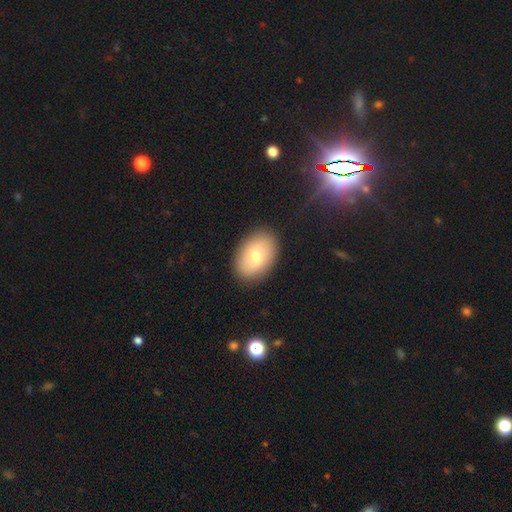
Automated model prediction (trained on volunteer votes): A smooth galaxy with no disk features (70%) that is in between round and cigar-shaped (86%).

Vote fractions:
- Smooth or featured? smooth: 70% / featured or disk: 23% / star or artifact: 7%
- How rounded? in between: 86% / round: 12% / cigar-shaped: 1%
- Merging? none: 88% / minor disturbance: 8% / major disturbance: 3% / merger: 1%